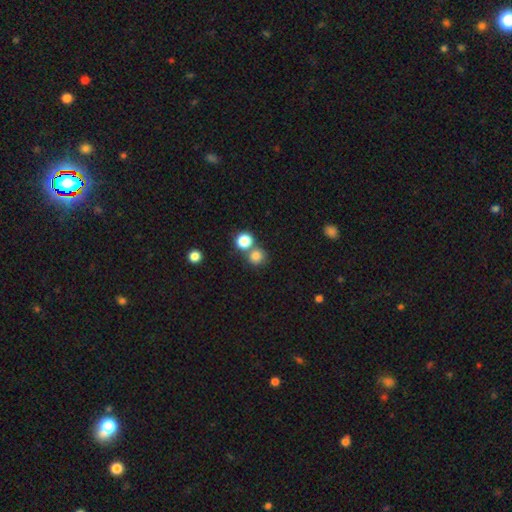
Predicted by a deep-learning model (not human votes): smooth-or-featured: smooth: 79% | star or artifact: 14% | featured or disk: 6%
  how-rounded: round: 90% | in between: 9% | cigar-shaped: 1%
  merging: none: 62% | merger: 28% | minor disturbance: 7% | major disturbance: 3%